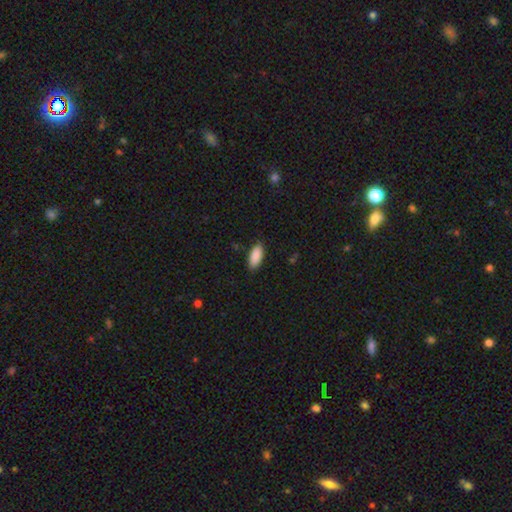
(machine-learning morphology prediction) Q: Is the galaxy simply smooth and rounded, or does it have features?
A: smooth — 90%.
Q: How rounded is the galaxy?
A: in between — 86%.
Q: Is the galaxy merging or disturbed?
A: none — 86%.